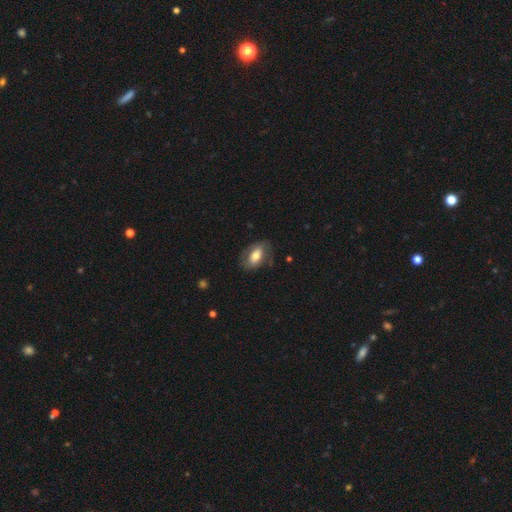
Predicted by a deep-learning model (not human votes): Q: Smooth or featured?
A: smooth (62%); runner-up: featured or disk (32%)
Q: How rounded?
A: in between (89%); runner-up: round (8%)
Q: Merging?
A: none (67%); runner-up: minor disturbance (21%)